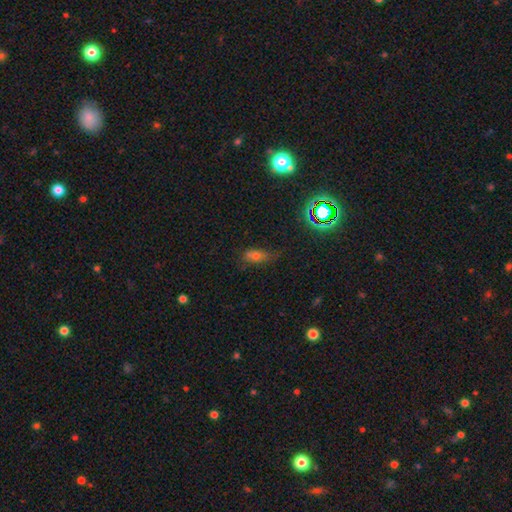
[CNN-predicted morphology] Smooth or featured: smooth — 61% (star or artifact — 21%)
How rounded: in between — 76% (cigar-shaped — 16%)
Merging: none — 51% (minor disturbance — 31%)